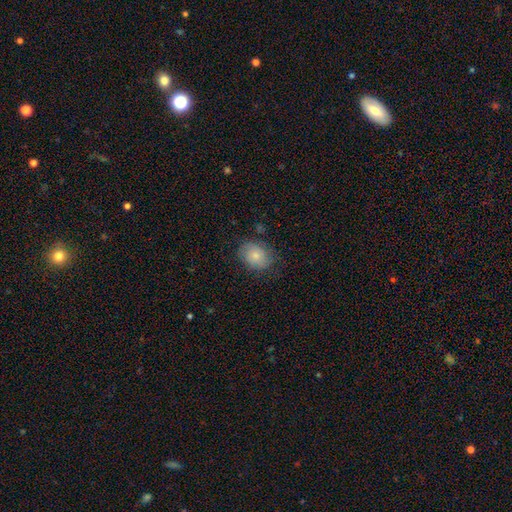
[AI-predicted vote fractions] Q: Smooth or featured?
A: smooth (65%); runner-up: featured or disk (27%)
Q: How rounded?
A: in between (59%); runner-up: round (40%)
Q: Merging?
A: none (72%); runner-up: minor disturbance (20%)